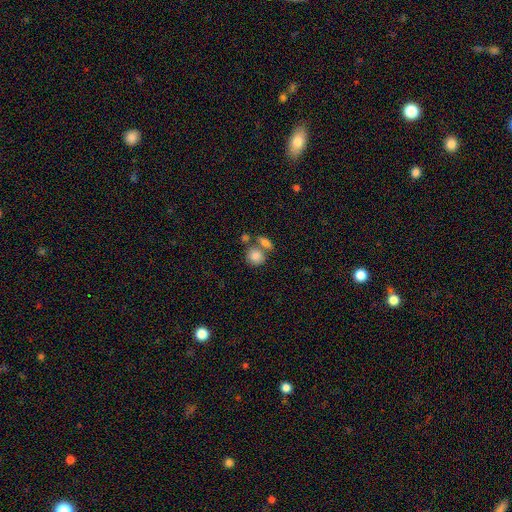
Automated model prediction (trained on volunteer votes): Smooth or featured? smooth (83%)
How rounded? round (74%)
Merging? none (50%)